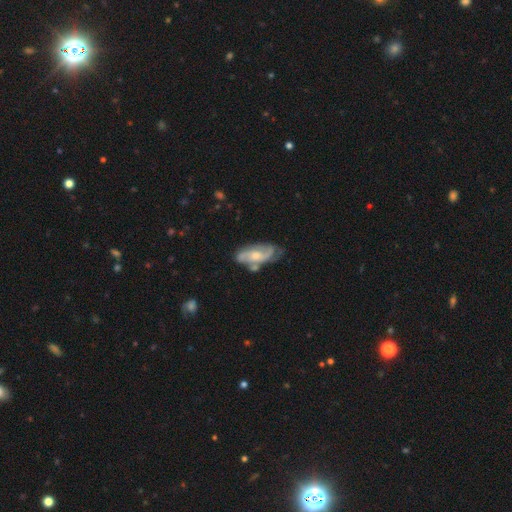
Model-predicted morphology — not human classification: A featured or disk galaxy (77%) with no bar (58%), 2 (62%) medium (47%) spiral arms (92%) and a moderate central bulge (52%).

Vote fractions:
- Smooth or featured? featured or disk: 77% / smooth: 18% / star or artifact: 5%
- Edge-on disk? no: 93% / yes: 7%
- Bar? no: 58% / weak: 34% / strong: 8%
- Spiral arms? yes: 92% / no: 8%
- Spiral winding? medium: 47% / loose: 26% / tight: 26%
- Spiral arm count? 2: 62% / 3: 16% / can't tell: 15% / 1: 3% / 4: 3% / more than 4: 2%
- Bulge size? moderate: 52% / small: 41% / large: 3% / none: 3% / dominant: 1%
- Merging? none: 56% / minor disturbance: 24% / merger: 11% / major disturbance: 10%